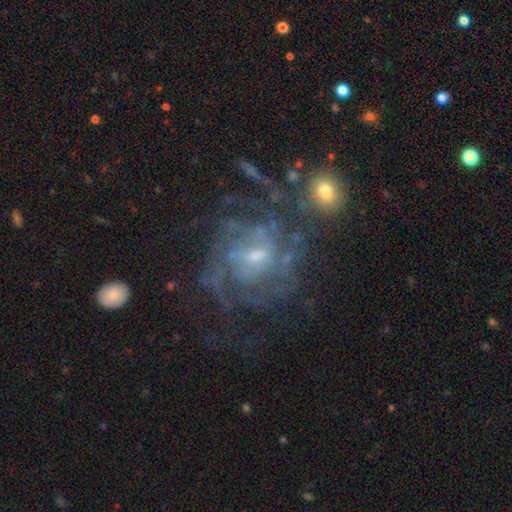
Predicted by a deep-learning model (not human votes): This appears to be a featured or disk galaxy (80%) with a weak bar (50%), tight (45%) spiral arms (84%) and a small central bulge (53%). Merging: none (55%).